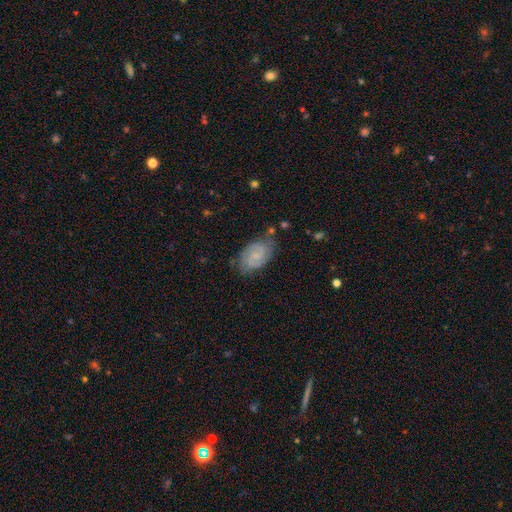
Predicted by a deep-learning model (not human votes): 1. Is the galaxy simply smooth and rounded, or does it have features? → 68% featured or disk, 24% smooth, 8% star or artifact.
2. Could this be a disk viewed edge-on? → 97% no, 3% yes.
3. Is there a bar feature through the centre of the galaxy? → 49% no, 43% weak, 7% strong.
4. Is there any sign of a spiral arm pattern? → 93% yes, 7% no.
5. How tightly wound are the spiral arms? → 46% tight, 42% medium, 12% loose.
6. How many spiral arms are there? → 79% 2, 11% can't tell, 5% 3, 2% 1, 2% 4, 1% more than 4.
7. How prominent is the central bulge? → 54% small, 27% none, 17% moderate, 2% large, 1% dominant.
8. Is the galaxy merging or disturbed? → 73% none, 19% minor disturbance, 5% major disturbance, 2% merger.